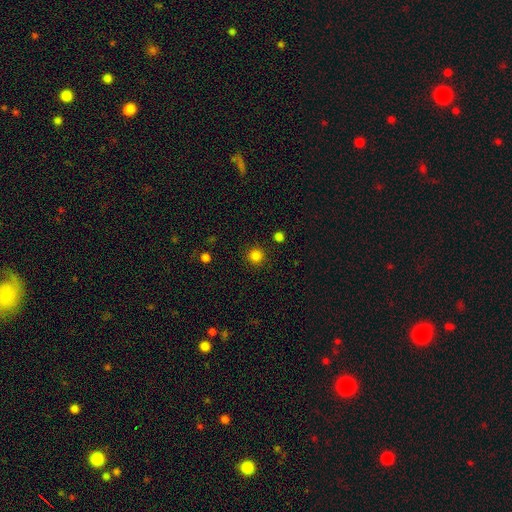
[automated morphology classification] smooth-or-featured: smooth: 83% | star or artifact: 13% | featured or disk: 3%
  how-rounded: round: 95% | in between: 4% | cigar-shaped: 1%
  merging: none: 91% | minor disturbance: 5% | major disturbance: 2% | merger: 2%